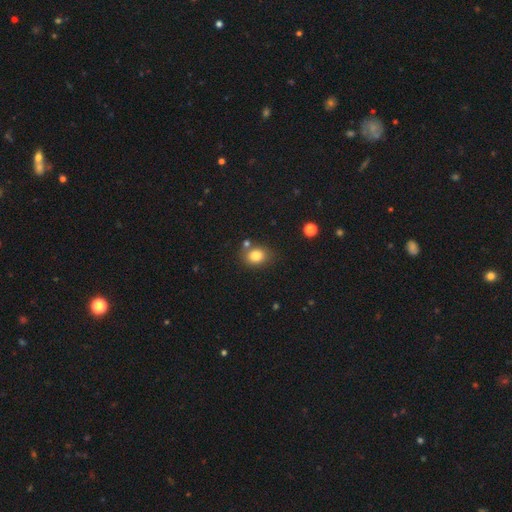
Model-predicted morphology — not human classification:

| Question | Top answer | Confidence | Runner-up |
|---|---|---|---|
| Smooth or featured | smooth | 82% | star or artifact (11%) |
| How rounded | round | 54% | in between (45%) |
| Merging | none | 70% | minor disturbance (14%) |